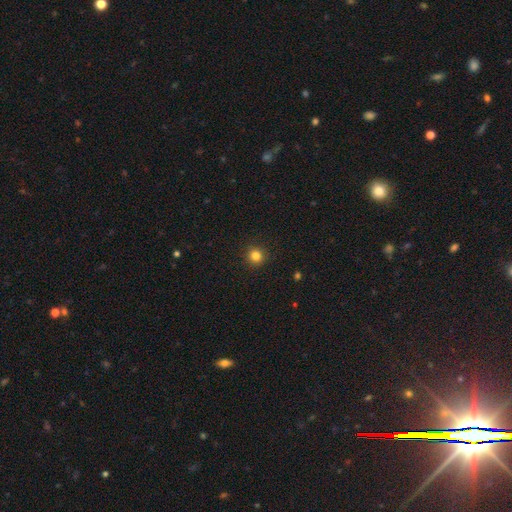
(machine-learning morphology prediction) The model was most divided on "smooth or featured": smooth: 83%, star or artifact: 13%, featured or disk: 4%. More confident: how rounded — round (95%); merging — none (93%).